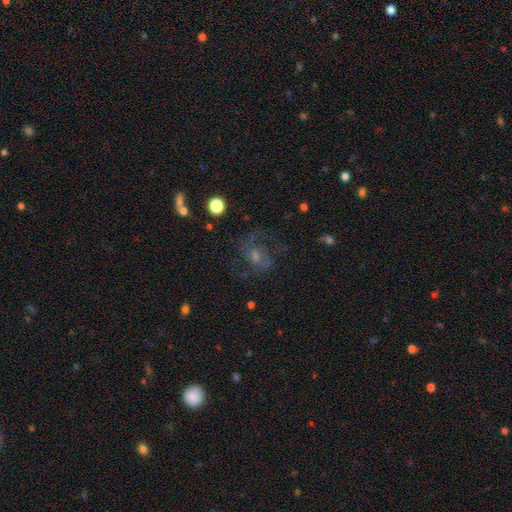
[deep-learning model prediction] smooth_or_featured: featured or disk (p=0.53) [alt: smooth p=0.28]
disk_edge_on: no (p=0.96) [alt: yes p=0.04]
bar: no (p=0.65) [alt: weak p=0.29]
has_spiral_arms: yes (p=0.71) [alt: no p=0.29]
bulge_size: moderate (p=0.43) [alt: small p=0.40]
merging: none (p=0.51) [alt: major disturbance p=0.28]